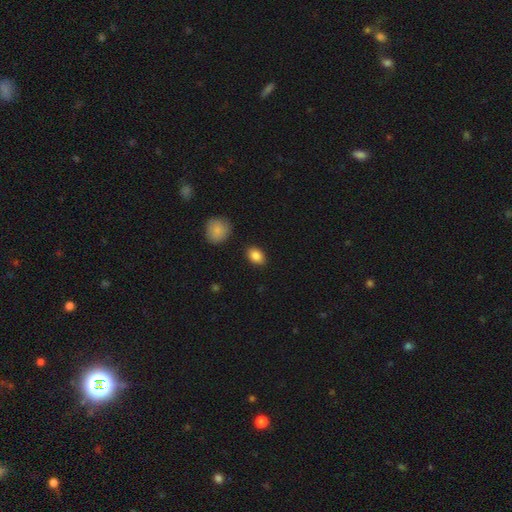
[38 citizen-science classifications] Volunteers were most divided on "how rounded": in between: 79%, round: 21%, cigar-shaped: 0%. More confident: smooth or featured — smooth (87%); merging — none (86%).